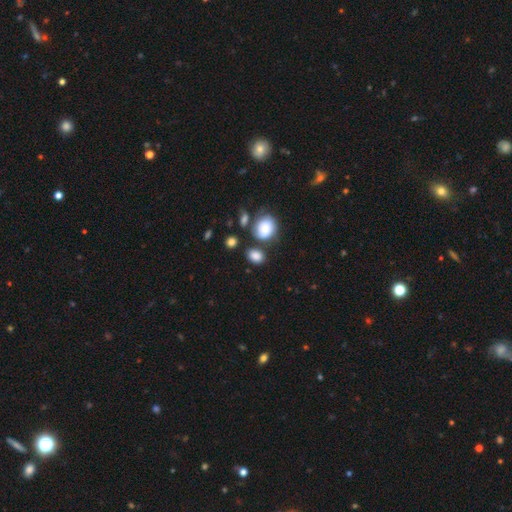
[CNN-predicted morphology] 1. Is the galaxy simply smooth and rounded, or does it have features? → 83% smooth, 9% star or artifact, 7% featured or disk.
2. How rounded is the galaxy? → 62% in between, 36% round, 2% cigar-shaped.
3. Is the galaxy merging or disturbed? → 62% none, 19% minor disturbance, 13% merger, 6% major disturbance.